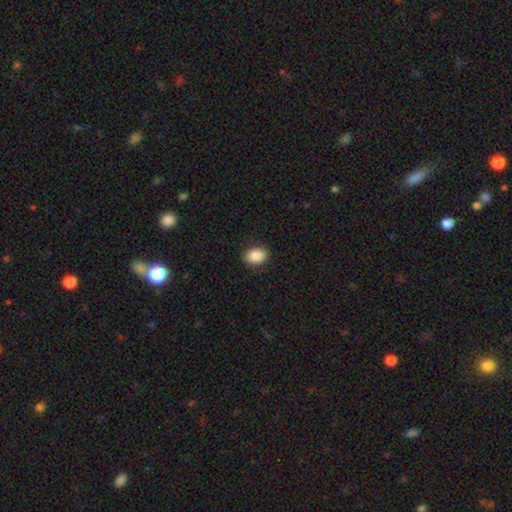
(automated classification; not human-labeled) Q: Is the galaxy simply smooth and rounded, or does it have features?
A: smooth — 88%.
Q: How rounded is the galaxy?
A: in between — 70%.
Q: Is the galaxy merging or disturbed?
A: none — 89%.